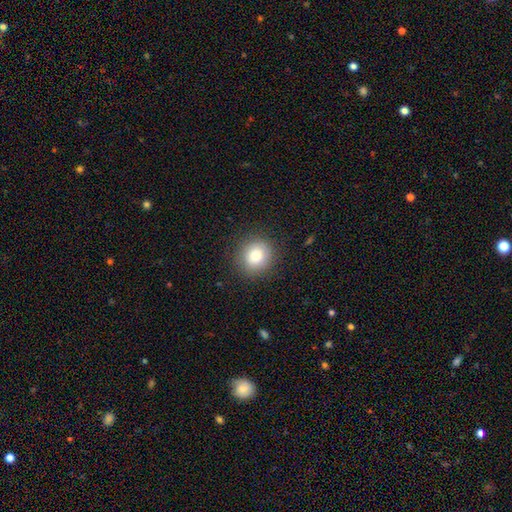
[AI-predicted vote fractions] The model was most divided on "how rounded": round: 84%, in between: 15%, cigar-shaped: 1%. More confident: merging — none (88%); smooth or featured — smooth (83%).